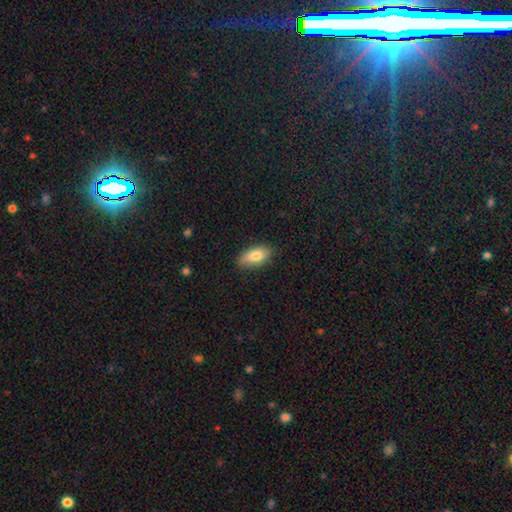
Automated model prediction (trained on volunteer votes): Smooth or featured?
  - smooth: 82% *
  - featured or disk: 11%
  - star or artifact: 7%
How rounded?
  - in between: 88% *
  - cigar-shaped: 9%
  - round: 3%
Merging?
  - none: 80% *
  - minor disturbance: 16%
  - major disturbance: 3%
  - merger: 1%